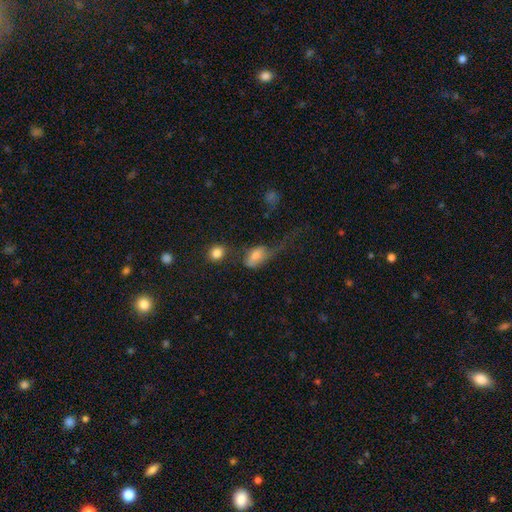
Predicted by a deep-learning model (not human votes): smooth_or_featured: smooth (p=0.68) [alt: featured or disk p=0.22]
how_rounded: in between (p=0.83) [alt: round p=0.12]
merging: major disturbance (p=0.49) [alt: none p=0.20]